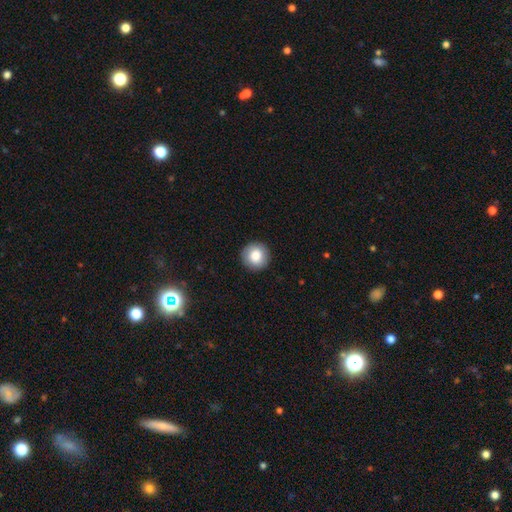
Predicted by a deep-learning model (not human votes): Smooth or featured?
  - smooth: 82% *
  - featured or disk: 10%
  - star or artifact: 8%
How rounded?
  - round: 93% *
  - in between: 6%
  - cigar-shaped: 1%
Merging?
  - none: 90% *
  - minor disturbance: 7%
  - major disturbance: 2%
  - merger: 1%